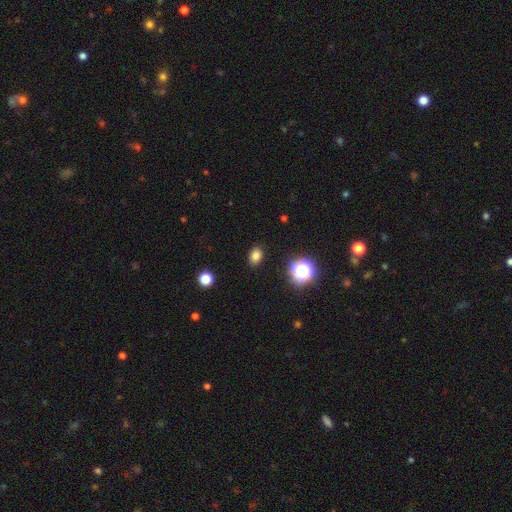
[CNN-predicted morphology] Smooth or featured? Predicted: smooth (p=0.80). How rounded? Predicted: in between (p=0.72). Merging? Predicted: none (p=0.88).